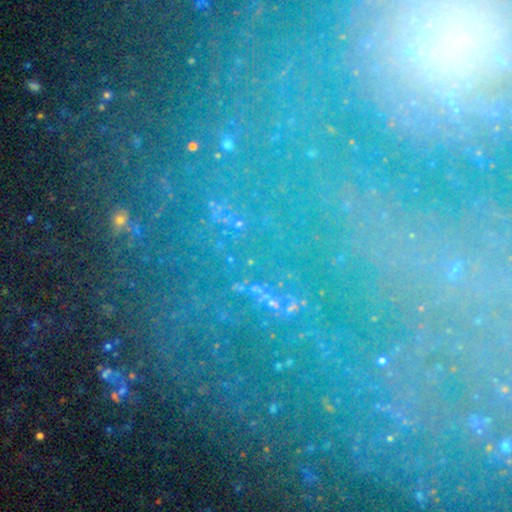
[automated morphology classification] type=star or artifact (63%).